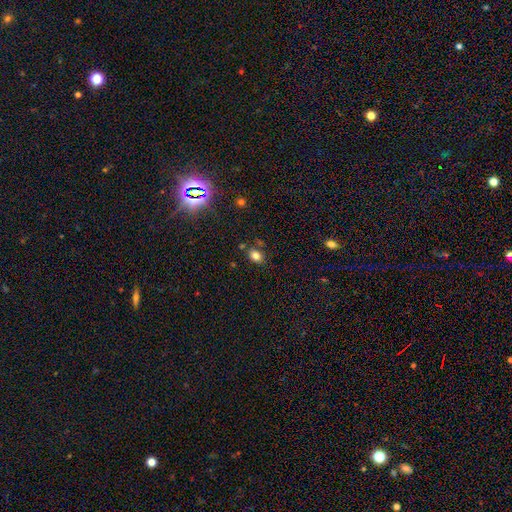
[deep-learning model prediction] Q: Smooth or featured?
A: smooth (79%); runner-up: star or artifact (14%)
Q: How rounded?
A: in between (66%); runner-up: round (33%)
Q: Merging?
A: none (77%); runner-up: minor disturbance (14%)